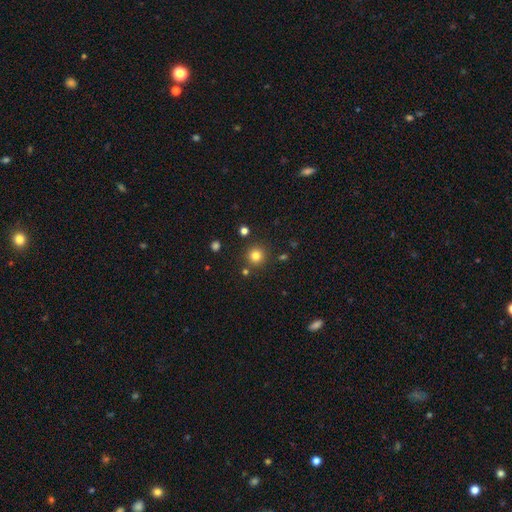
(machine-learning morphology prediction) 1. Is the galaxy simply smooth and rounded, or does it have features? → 80% smooth, 14% star or artifact, 6% featured or disk.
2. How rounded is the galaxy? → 94% round, 5% in between, 1% cigar-shaped.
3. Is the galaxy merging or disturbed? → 86% none, 7% minor disturbance, 5% merger, 3% major disturbance.